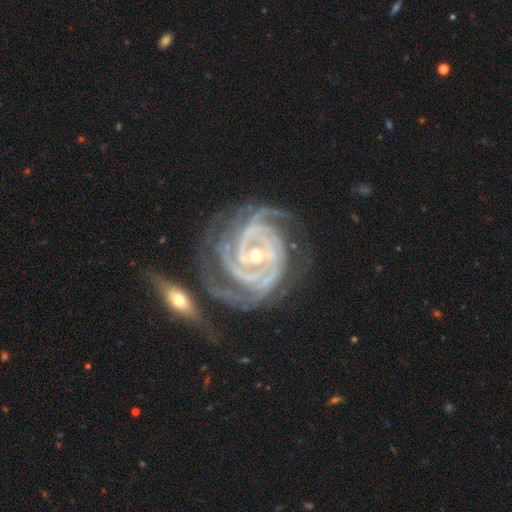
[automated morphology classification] The model was most divided on "bar": no: 40%, weak: 36%, strong: 24%. Remaining: spiral arms — yes (98%); edge-on disk — no (97%); smooth or featured — featured or disk (93%); spiral winding — tight (79%); merging — none (58%); bulge size — small (52%); spiral arm count — 3 (34%).